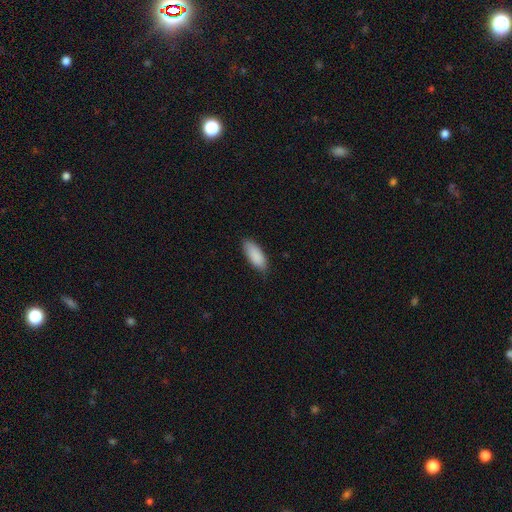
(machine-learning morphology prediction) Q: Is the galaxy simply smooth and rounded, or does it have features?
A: smooth — 89%.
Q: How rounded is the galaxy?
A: in between — 81%.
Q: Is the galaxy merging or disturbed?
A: none — 81%.